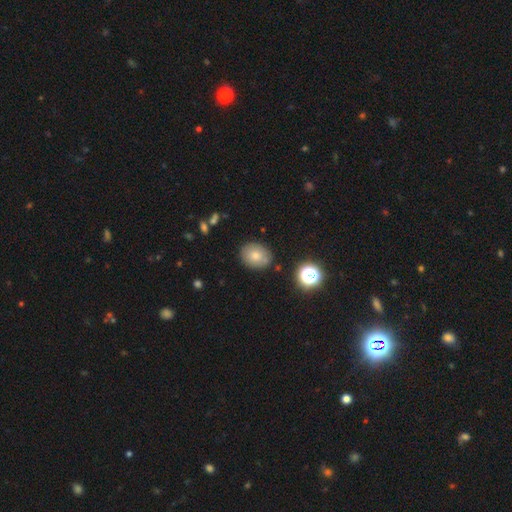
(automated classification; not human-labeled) Smooth or featured: smooth — 78% (featured or disk — 12%)
How rounded: in between — 57% (round — 42%)
Merging: none — 82% (minor disturbance — 12%)